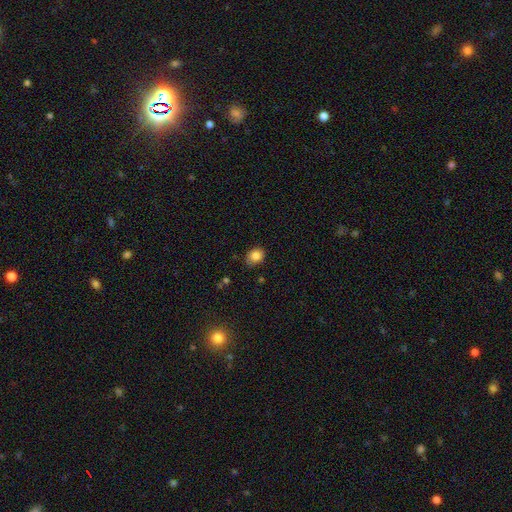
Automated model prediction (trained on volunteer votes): This appears to be a smooth galaxy with no disk features (84%) that is in between round and cigar-shaped (50%). Merging: none (80%).